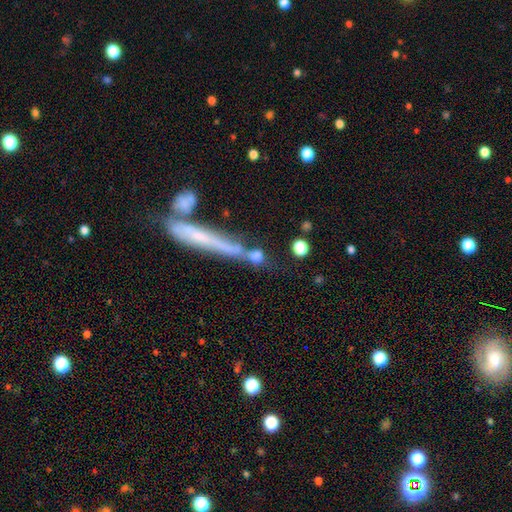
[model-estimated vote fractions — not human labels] smooth 66%, featured or disk 19%, star or artifact 14%. Down the decision tree: how rounded — round (45%); merging — none (49%).